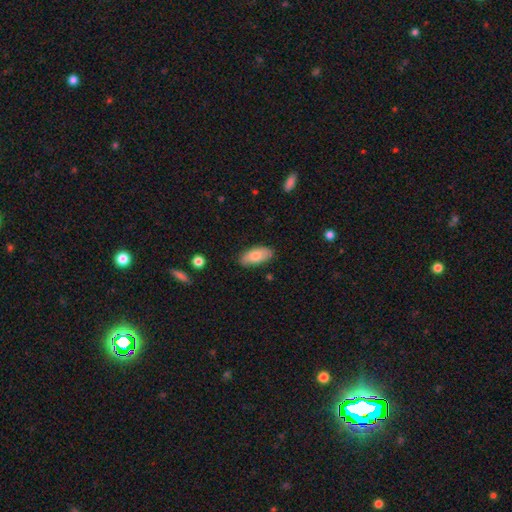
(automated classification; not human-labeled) Morphology: type=smooth (81%); roundness=in between (90%); merging=none (83%).